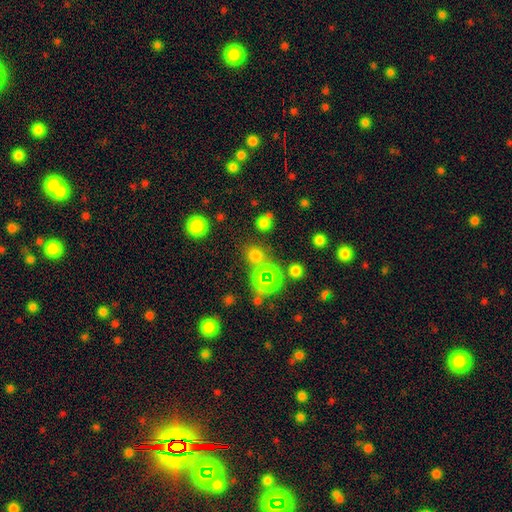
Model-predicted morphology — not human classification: Smooth or featured: smooth — 62% (star or artifact — 31%)
How rounded: round — 86% (in between — 13%)
Merging: none — 74% (merger — 12%)